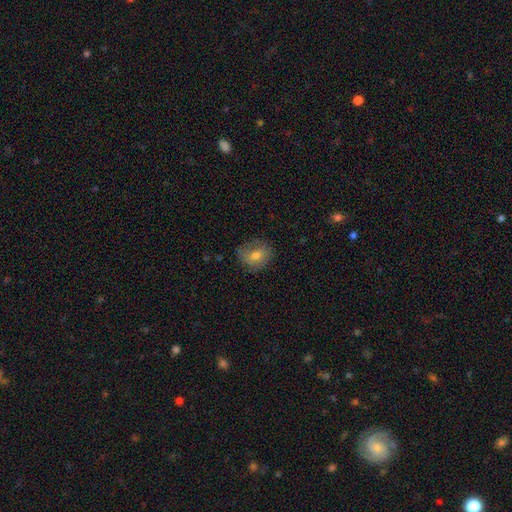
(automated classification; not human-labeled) A smooth galaxy with no disk features (64%) that is round (66%).

Vote fractions:
- Smooth or featured? smooth: 64% / featured or disk: 24% / star or artifact: 11%
- How rounded? round: 66% / in between: 33% / cigar-shaped: 1%
- Merging? none: 75% / minor disturbance: 18% / major disturbance: 5% / merger: 1%